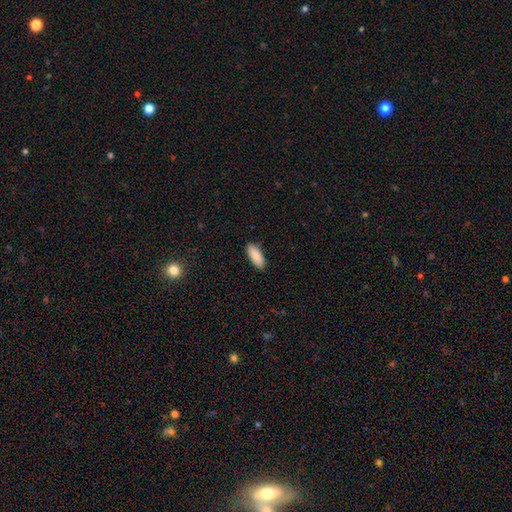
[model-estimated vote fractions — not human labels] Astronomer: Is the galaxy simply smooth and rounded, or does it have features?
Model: smooth — 89%.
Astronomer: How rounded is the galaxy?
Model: in between — 78%.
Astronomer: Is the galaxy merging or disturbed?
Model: none — 89%.